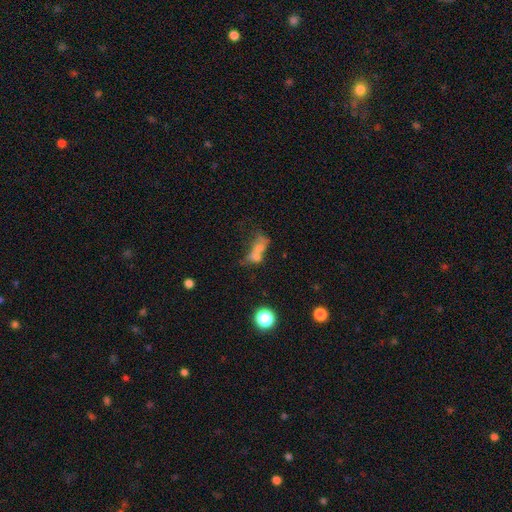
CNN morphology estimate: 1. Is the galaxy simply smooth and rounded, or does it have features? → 52% smooth, 30% featured or disk, 18% star or artifact.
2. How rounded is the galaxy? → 60% in between, 30% round, 10% cigar-shaped.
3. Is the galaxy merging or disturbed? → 59% merger, 19% none, 14% major disturbance, 9% minor disturbance.